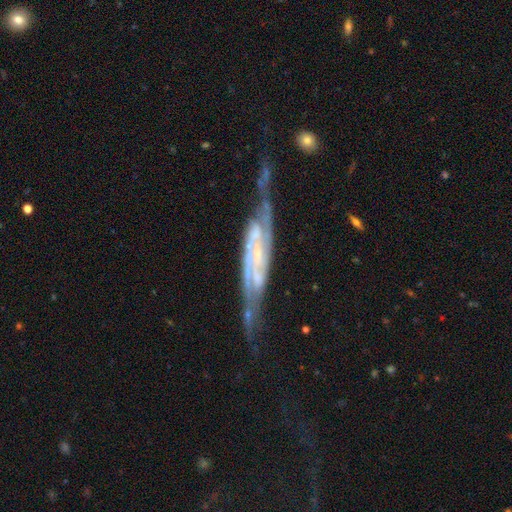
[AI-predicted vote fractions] The model was most divided on "bar": weak: 34%, strong: 33%, no: 32%. Remaining: spiral arms — yes (96%); smooth or featured — featured or disk (88%); spiral arm count — 2 (83%); edge-on disk — no (74%); bulge size — small (65%); merging — none (60%); spiral winding — medium (46%).